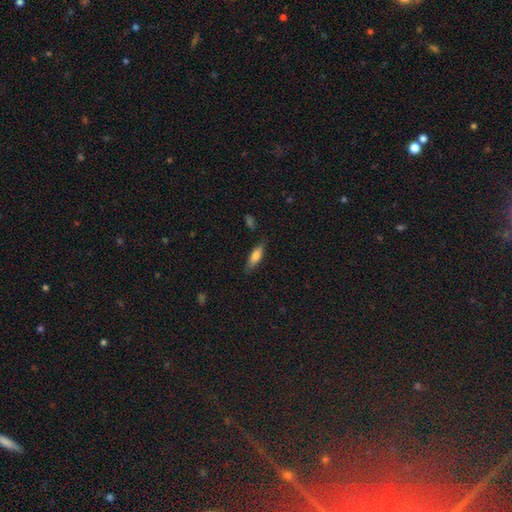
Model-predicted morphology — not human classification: smooth-or-featured: smooth: 74% | featured or disk: 19% | star or artifact: 7%
  how-rounded: in between: 53% | cigar-shaped: 45% | round: 2%
  merging: none: 80% | minor disturbance: 15% | major disturbance: 3% | merger: 2%